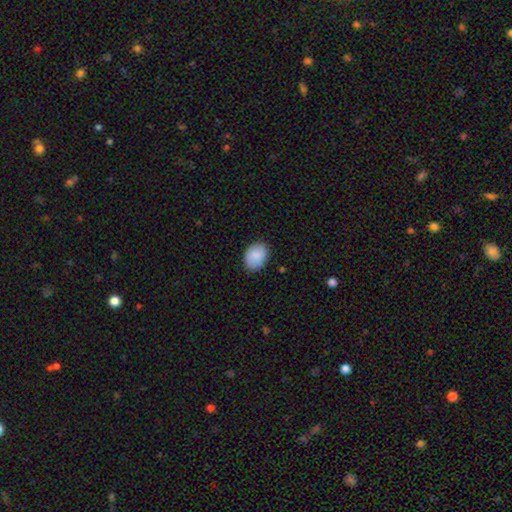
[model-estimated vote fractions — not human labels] Q: Smooth or featured?
A: smooth (87%); runner-up: featured or disk (7%)
Q: How rounded?
A: in between (68%); runner-up: round (31%)
Q: Merging?
A: none (85%); runner-up: minor disturbance (12%)